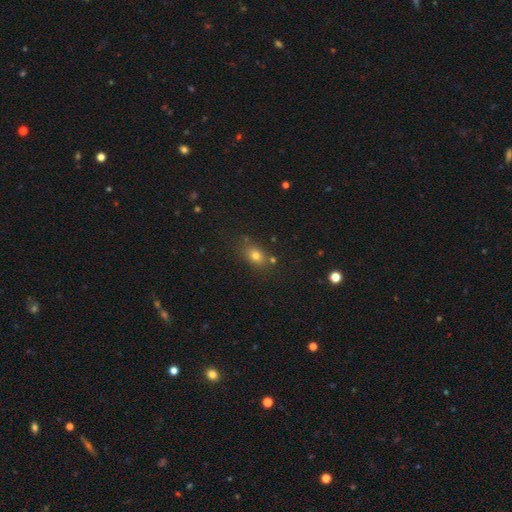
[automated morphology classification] smooth 74%, star or artifact 15%, featured or disk 10%. Down the decision tree: how rounded — in between (61%); merging — none (74%).